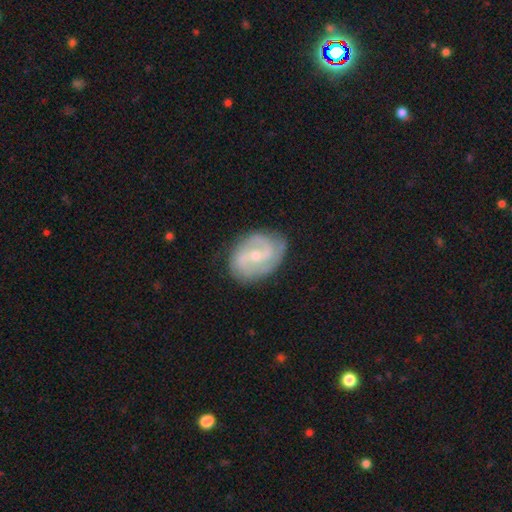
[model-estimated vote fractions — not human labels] smooth_or_featured: featured or disk (p=0.82) [alt: smooth p=0.13]
disk_edge_on: no (p=0.97) [alt: yes p=0.03]
bar: weak (p=0.50) [alt: no p=0.39]
has_spiral_arms: yes (p=0.95) [alt: no p=0.05]
spiral_winding: medium (p=0.47) [alt: tight p=0.38]
spiral_arm_count: 2 (p=0.67) [alt: 3 p=0.13]
bulge_size: small (p=0.55) [alt: moderate p=0.40]
merging: none (p=0.78) [alt: minor disturbance p=0.16]